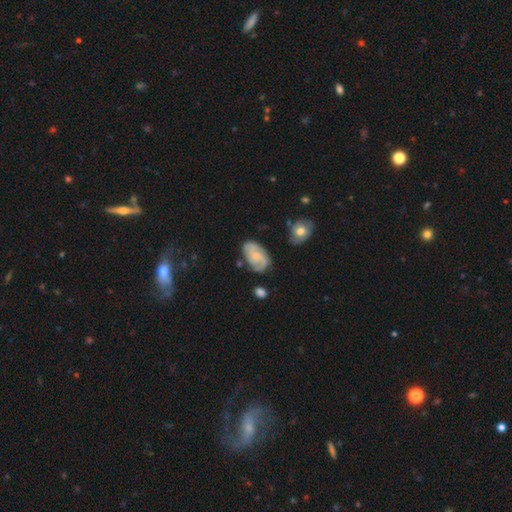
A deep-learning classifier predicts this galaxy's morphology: Smooth or featured? Predicted: featured or disk (p=0.60). Edge-on disk? Predicted: no (p=0.96). Bar? Predicted: no (p=0.64). Spiral arms? Predicted: yes (p=0.87). Spiral winding? Predicted: medium (p=0.43). Spiral arm count? Predicted: 2 (p=0.59). Bulge size? Predicted: small (p=0.55). Merging? Predicted: none (p=0.64).